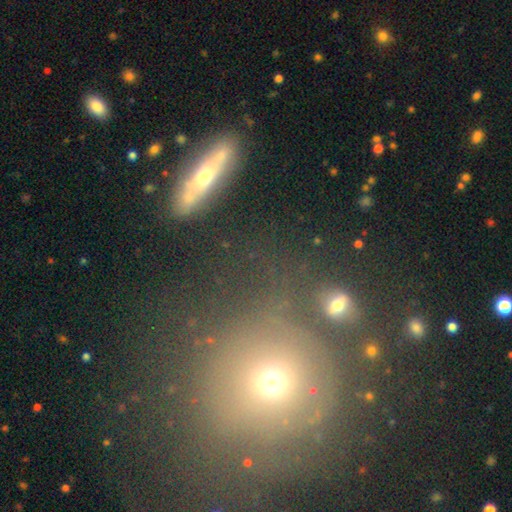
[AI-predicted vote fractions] smooth 40%, featured or disk 33%, star or artifact 27%. Down the decision tree: merging — none (76%).